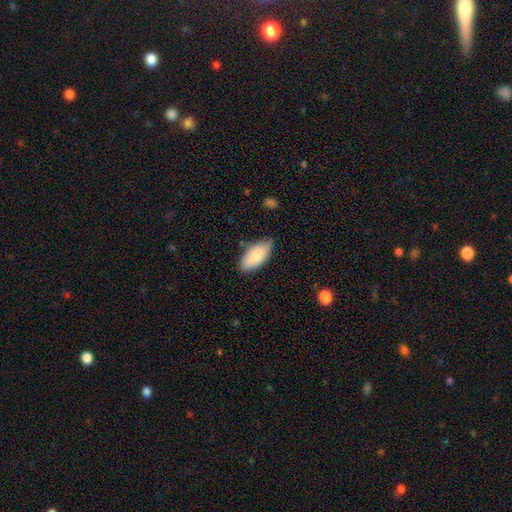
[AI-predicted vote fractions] This appears to be a smooth galaxy with no disk features (84%) that is in between round and cigar-shaped (92%). Merging: none (75%).